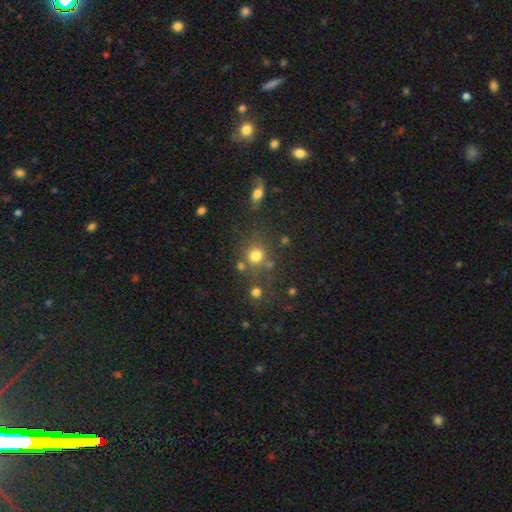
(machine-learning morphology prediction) Q: Smooth or featured?
A: smooth (77%); runner-up: star or artifact (16%)
Q: How rounded?
A: round (88%); runner-up: in between (11%)
Q: Merging?
A: none (69%); runner-up: merger (14%)